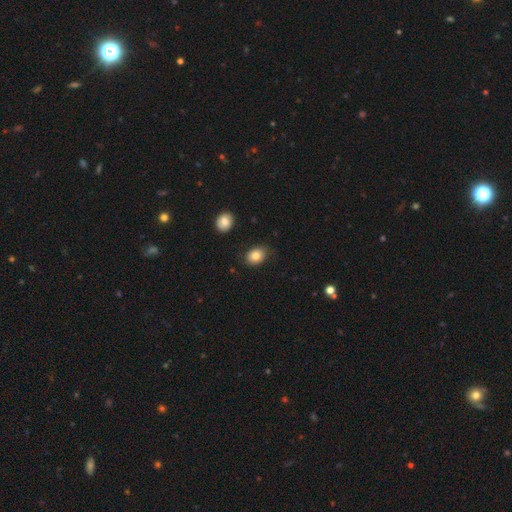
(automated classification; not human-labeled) smooth 84%, star or artifact 9%, featured or disk 8%. Down the decision tree: how rounded — in between (66%); merging — none (83%).